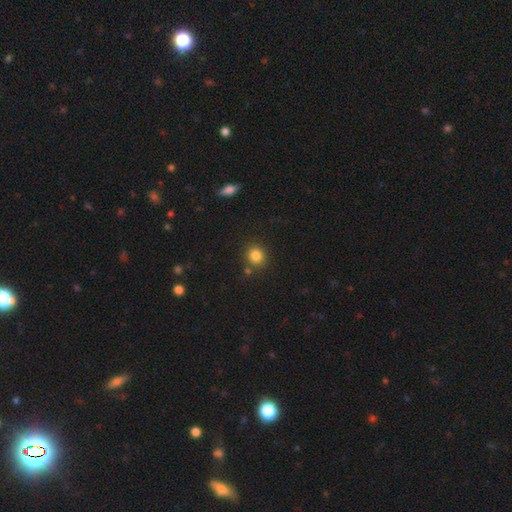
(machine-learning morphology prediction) Smooth or featured? Predicted: smooth (p=0.83). How rounded? Predicted: round (p=0.85). Merging? Predicted: none (p=0.81).